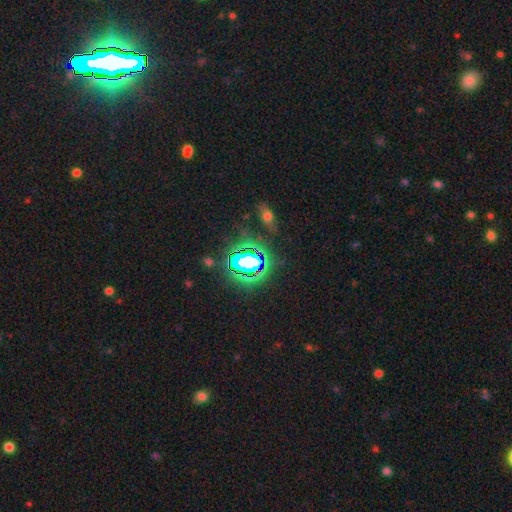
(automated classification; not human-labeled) Smooth or featured? star or artifact (81%)